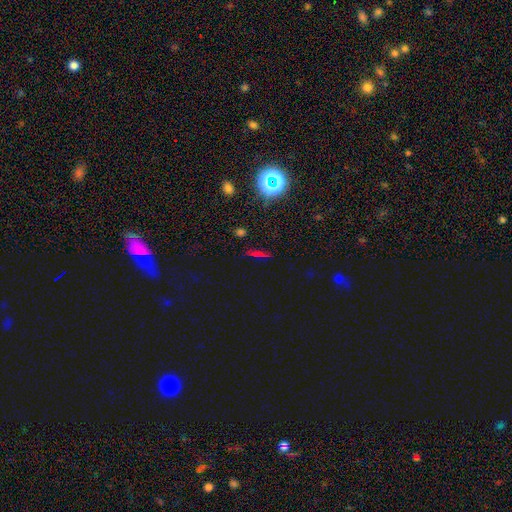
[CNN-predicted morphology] Smooth or featured?
  - star or artifact: 49% *
  - smooth: 27%
  - featured or disk: 23%